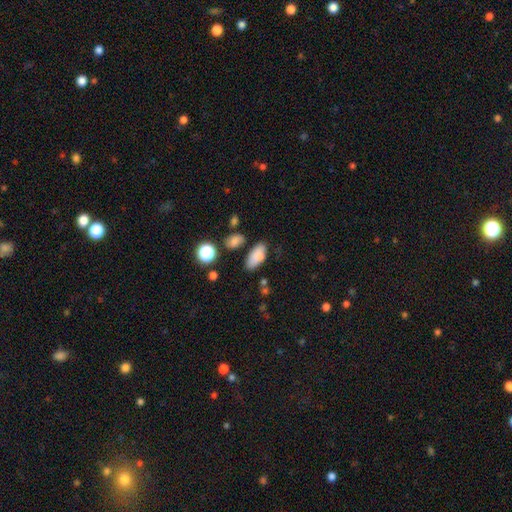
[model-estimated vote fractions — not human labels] Morphology: type=smooth (82%); roundness=in between (87%); merging=none (69%).